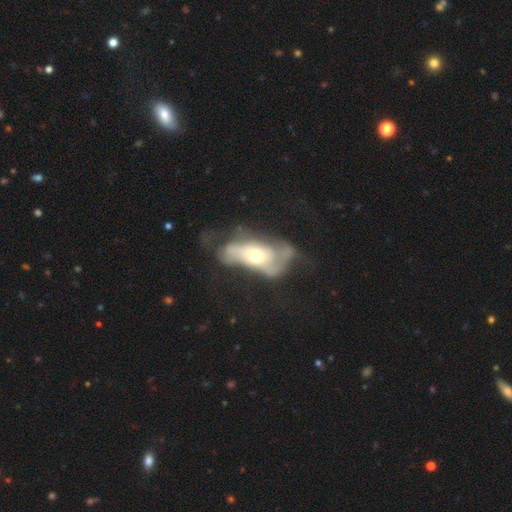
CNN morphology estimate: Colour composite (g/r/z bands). It shows a featured or disk galaxy (63%) with no bar (78%), spiral arms (52%) and a moderate central bulge (62%). Merging: major disturbance (45%).